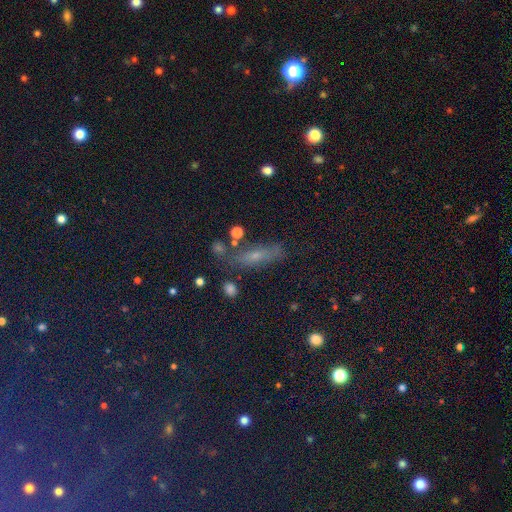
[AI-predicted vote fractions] The model was most divided on "smooth or featured": smooth: 42%, star or artifact: 37%, featured or disk: 20%. More confident: merging — none (67%).